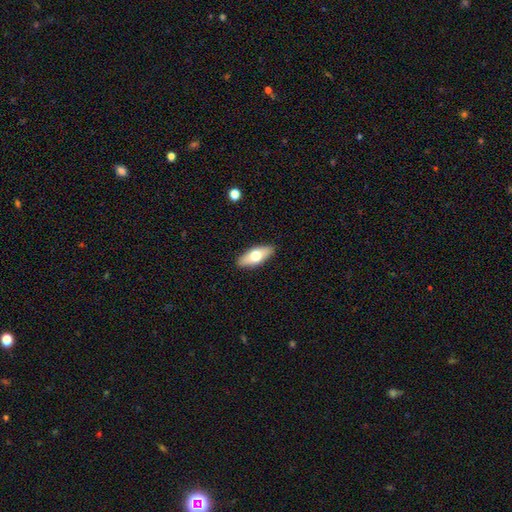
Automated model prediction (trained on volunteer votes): smooth-or-featured: smooth: 65% | featured or disk: 29% | star or artifact: 6%
  how-rounded: in between: 79% | cigar-shaped: 18% | round: 3%
  merging: none: 90% | minor disturbance: 8% | major disturbance: 2% | merger: 1%